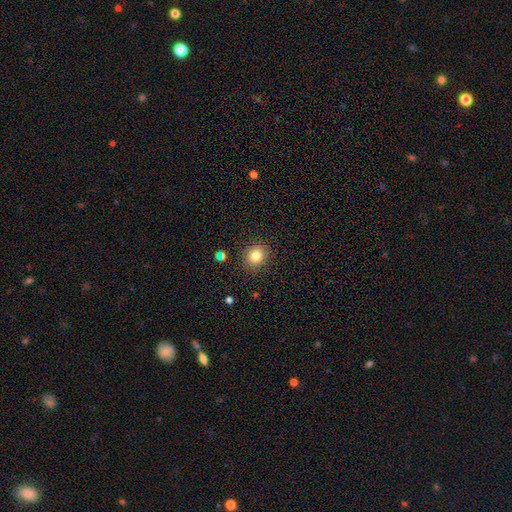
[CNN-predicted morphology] smooth 82%, star or artifact 12%, featured or disk 6%. Down the decision tree: how rounded — round (84%); merging — none (88%).